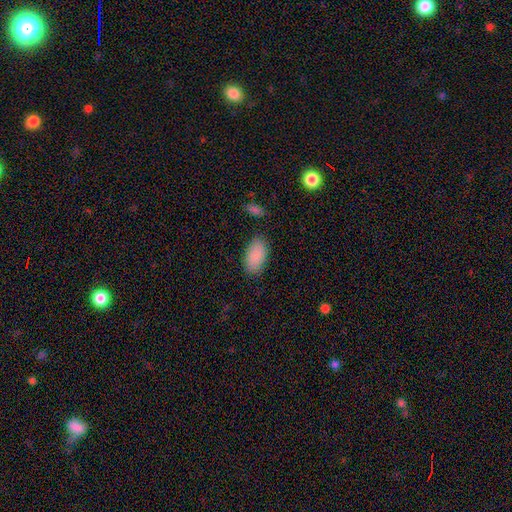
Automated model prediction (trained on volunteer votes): Overall: smooth (90%). How rounded: in between (95%). Merging: none (85%).